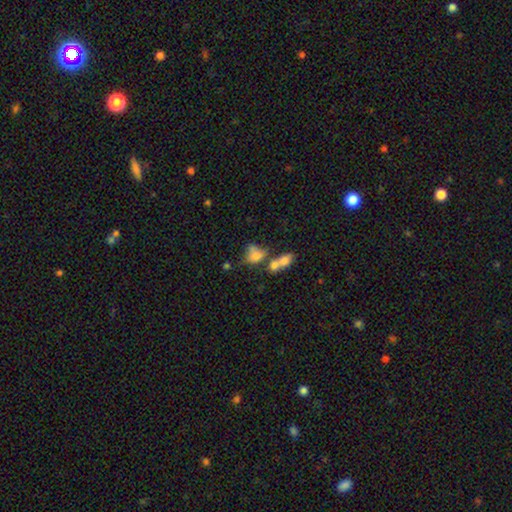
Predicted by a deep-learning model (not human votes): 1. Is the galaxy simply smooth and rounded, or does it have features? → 73% smooth, 16% featured or disk, 11% star or artifact.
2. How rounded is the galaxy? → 62% in between, 36% round, 2% cigar-shaped.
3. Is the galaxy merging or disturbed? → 56% merger, 23% none, 12% minor disturbance, 9% major disturbance.